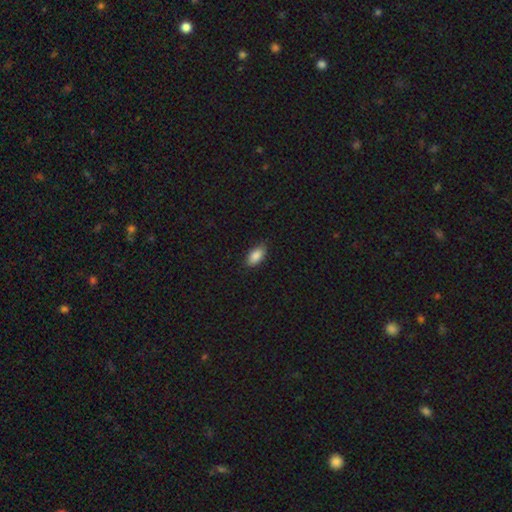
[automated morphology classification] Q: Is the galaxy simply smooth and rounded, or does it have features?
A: smooth — 88%.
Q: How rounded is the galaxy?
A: in between — 93%.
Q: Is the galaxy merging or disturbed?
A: none — 85%.